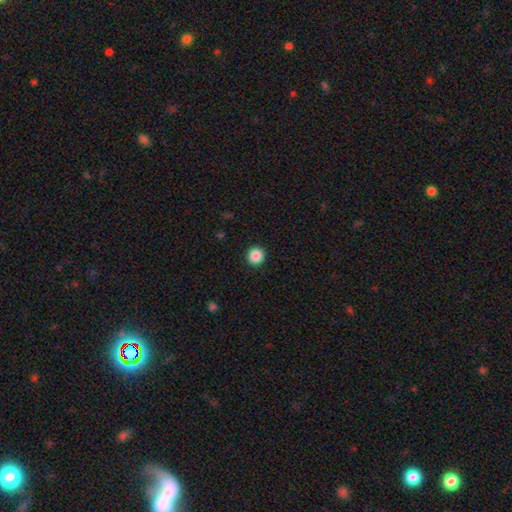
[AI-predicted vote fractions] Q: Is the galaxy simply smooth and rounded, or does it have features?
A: smooth — 87%.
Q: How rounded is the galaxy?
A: round — 95%.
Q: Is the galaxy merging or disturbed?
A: none — 93%.